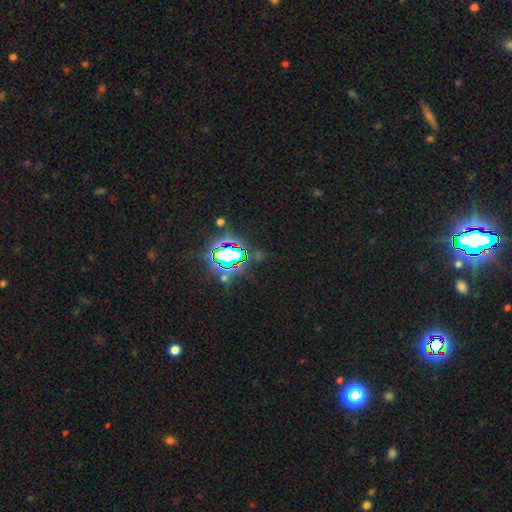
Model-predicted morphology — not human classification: type=star or artifact (79%).